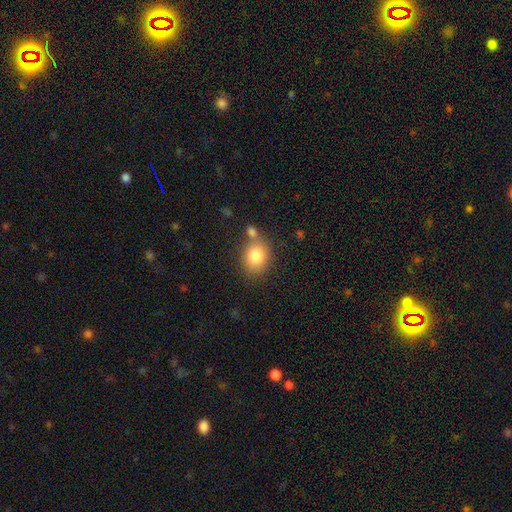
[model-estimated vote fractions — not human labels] Smooth or featured?
  - smooth: 82% *
  - featured or disk: 9%
  - star or artifact: 9%
How rounded?
  - round: 53% *
  - in between: 46%
  - cigar-shaped: 1%
Merging?
  - none: 65% *
  - merger: 17%
  - minor disturbance: 14%
  - major disturbance: 5%